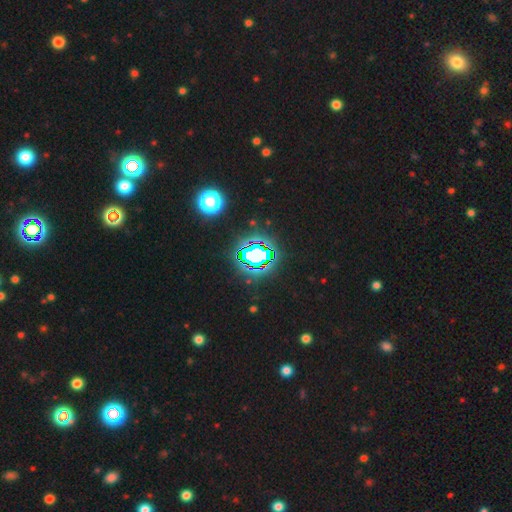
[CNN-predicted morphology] The model was most divided on "smooth or featured": star or artifact: 74%, smooth: 14%, featured or disk: 11%.